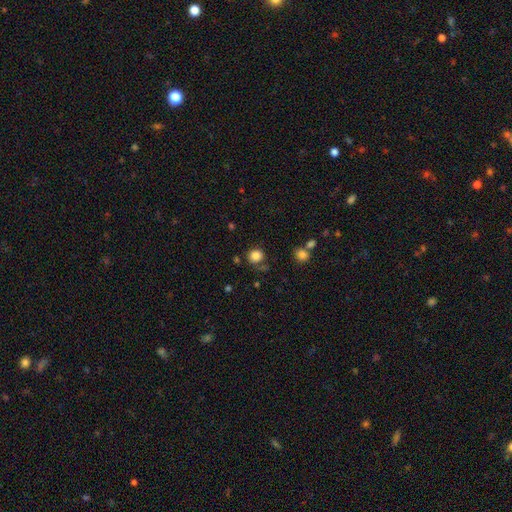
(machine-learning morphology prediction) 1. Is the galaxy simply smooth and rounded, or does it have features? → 84% smooth, 11% star or artifact, 5% featured or disk.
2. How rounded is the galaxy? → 83% round, 16% in between, 1% cigar-shaped.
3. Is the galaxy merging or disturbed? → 76% none, 14% minor disturbance, 5% merger, 5% major disturbance.